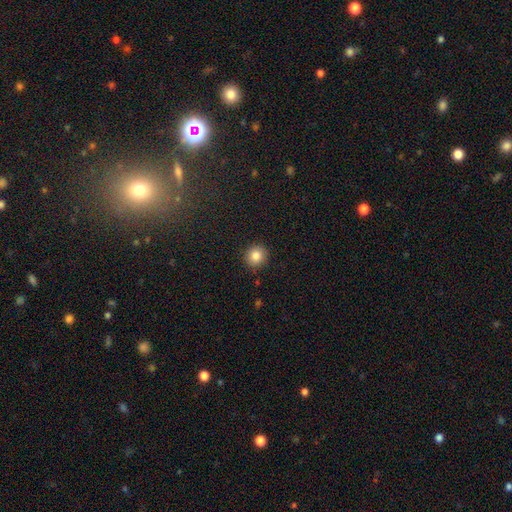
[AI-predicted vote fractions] A smooth galaxy with no disk features (84%) that is round (91%). Merging: none (90%).